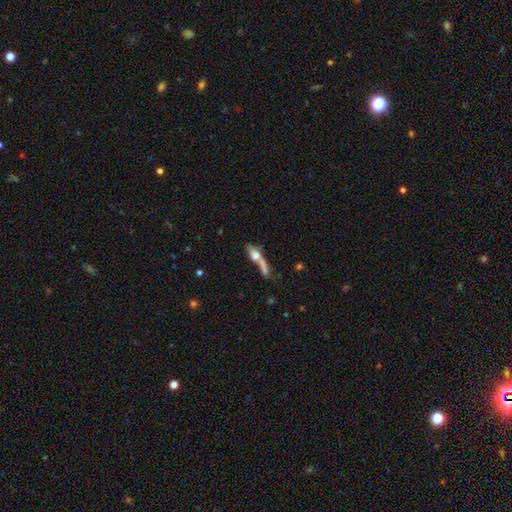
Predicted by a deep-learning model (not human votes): A smooth galaxy with no disk features (45%, tied with featured or disk). Merging: none (36%).